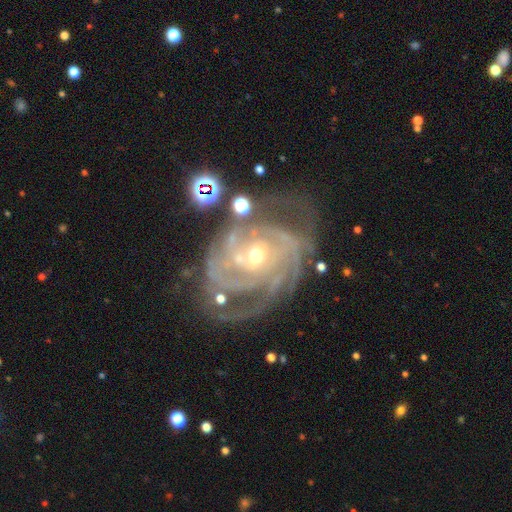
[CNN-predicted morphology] Smooth or featured?
  - featured or disk: 90% *
  - star or artifact: 6%
  - smooth: 4%
Edge-on disk?
  - no: 97% *
  - yes: 3%
Bar?
  - no: 61% *
  - weak: 27%
  - strong: 12%
Spiral arms?
  - yes: 97% *
  - no: 3%
Spiral winding?
  - tight: 63% *
  - medium: 30%
  - loose: 6%
Spiral arm count?
  - 3: 25% *
  - 2: 22%
  - can't tell: 21%
  - 4: 16%
  - more than 4: 9%
  - 1: 7%
Bulge size?
  - small: 55% *
  - moderate: 41%
  - large: 2%
  - none: 1%
  - dominant: 1%
Merging?
  - none: 55% *
  - minor disturbance: 21%
  - major disturbance: 19%
  - merger: 5%